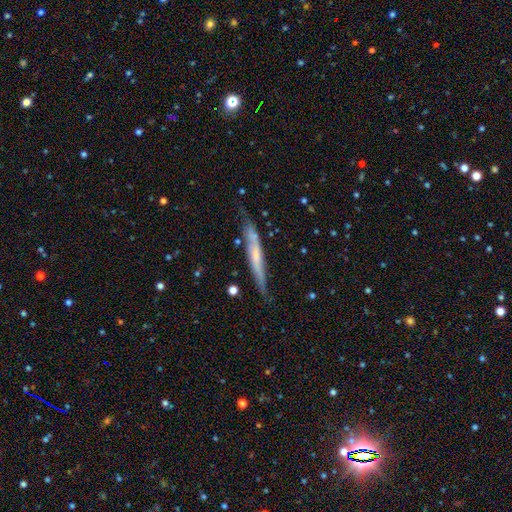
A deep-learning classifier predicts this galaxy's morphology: Smooth or featured? featured or disk (57%)
Edge-on disk? yes (84%)
Merging? none (66%)